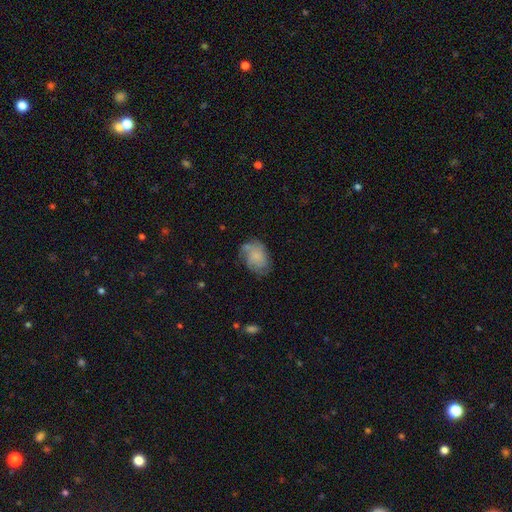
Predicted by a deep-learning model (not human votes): The model was most divided on "smooth or featured": smooth: 51%, featured or disk: 40%, star or artifact: 9%. More confident: how rounded — in between (76%); merging — none (54%).